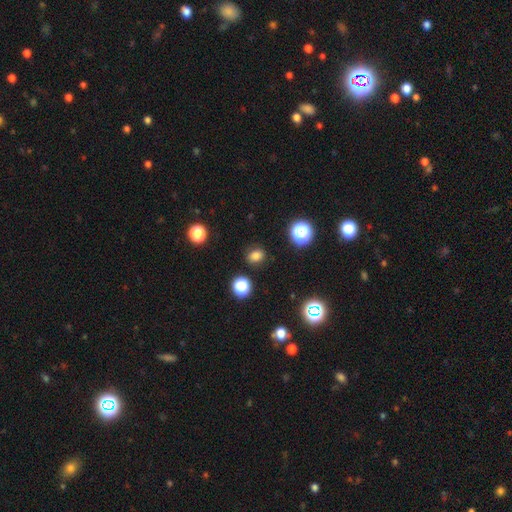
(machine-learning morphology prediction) type=smooth (78%); roundness=in between (52%); merging=none (86%).